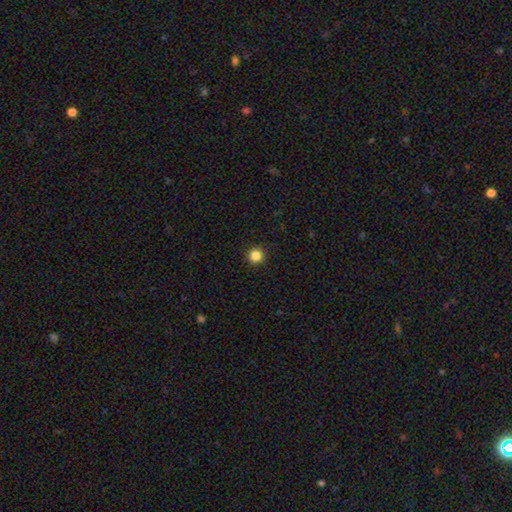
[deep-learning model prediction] Smooth or featured: smooth — 85% (star or artifact — 12%)
How rounded: round — 96% (in between — 3%)
Merging: none — 93% (minor disturbance — 5%)